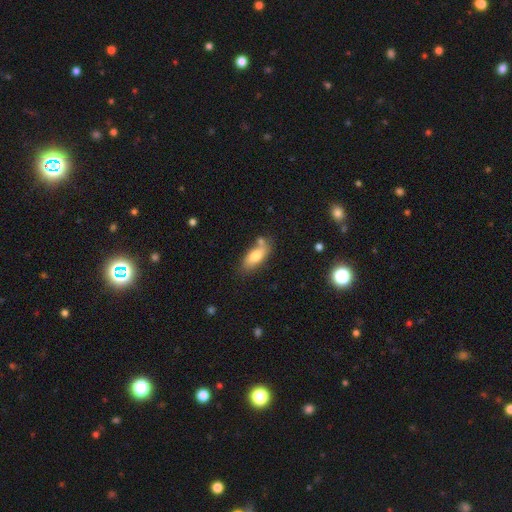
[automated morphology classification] Q: Smooth or featured?
A: smooth (76%); runner-up: featured or disk (17%)
Q: How rounded?
A: in between (80%); runner-up: cigar-shaped (17%)
Q: Merging?
A: none (63%); runner-up: minor disturbance (19%)